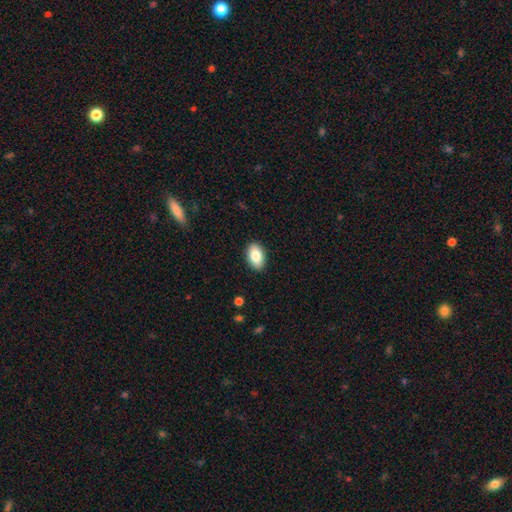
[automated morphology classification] smooth 85%, featured or disk 8%, star or artifact 7%. Down the decision tree: how rounded — in between (92%); merging — none (89%).